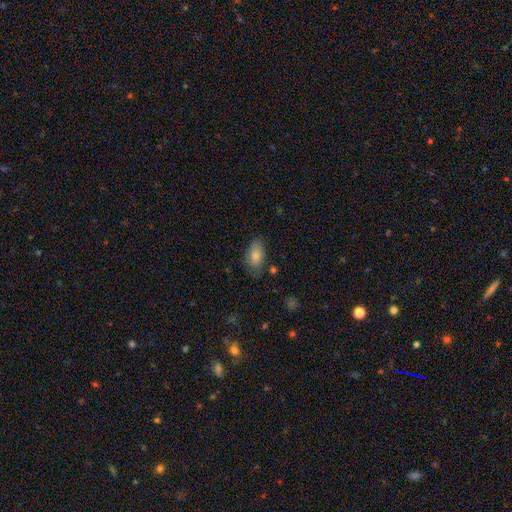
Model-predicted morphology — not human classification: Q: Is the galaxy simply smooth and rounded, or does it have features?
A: smooth — 80%.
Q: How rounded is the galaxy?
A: in between — 93%.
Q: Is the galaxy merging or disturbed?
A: none — 68%.